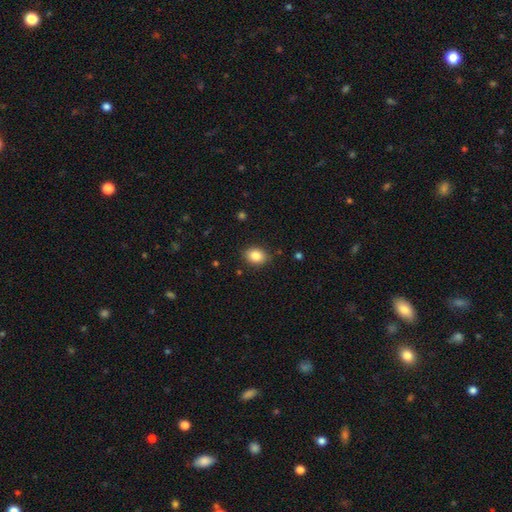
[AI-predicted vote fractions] smooth-or-featured: smooth: 85% | star or artifact: 9% | featured or disk: 6%
  how-rounded: in between: 69% | round: 30% | cigar-shaped: 1%
  merging: none: 86% | minor disturbance: 10% | major disturbance: 2% | merger: 1%